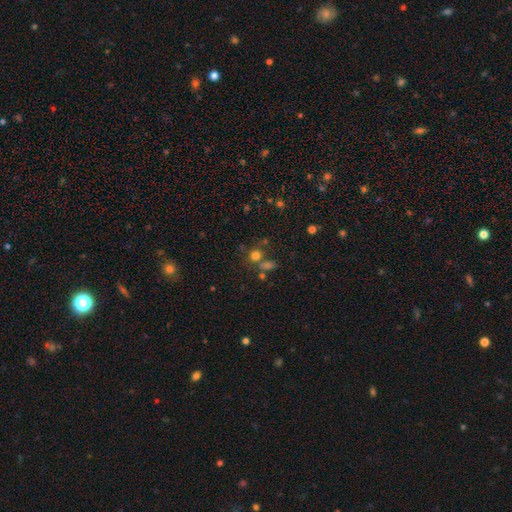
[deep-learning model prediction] Smooth or featured? Predicted: smooth (p=0.68). How rounded? Predicted: round (p=0.83). Merging? Predicted: none (p=0.62).